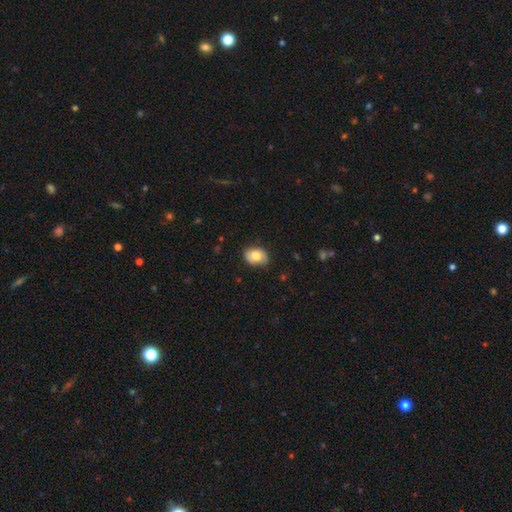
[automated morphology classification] Smooth or featured: smooth — 78% (featured or disk — 15%)
How rounded: in between — 77% (round — 22%)
Merging: none — 81% (minor disturbance — 15%)